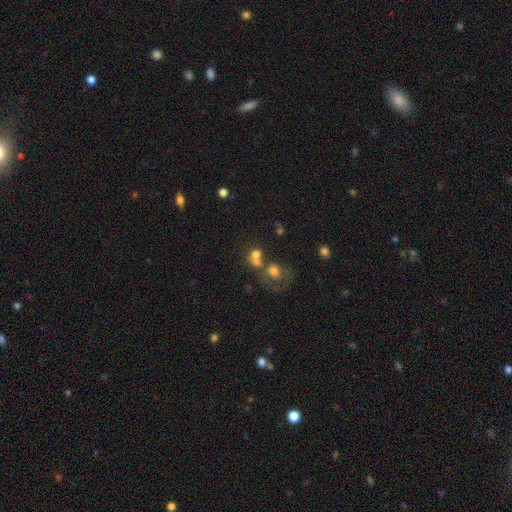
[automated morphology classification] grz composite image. It shows a smooth galaxy with no disk features (68%) that is round (67%). Merging: merger (54%).